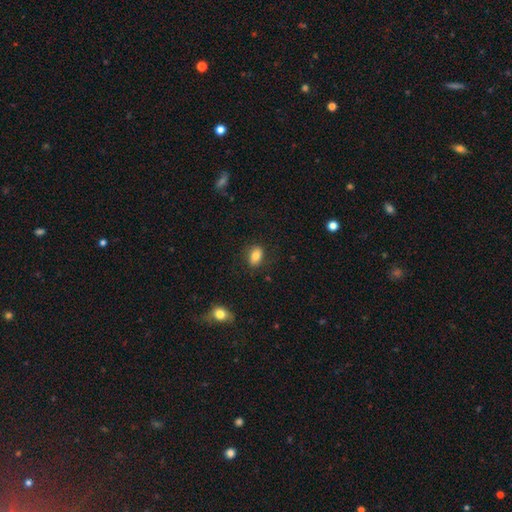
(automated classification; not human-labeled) Smooth or featured: smooth — 80% (featured or disk — 11%)
How rounded: in between — 81% (round — 17%)
Merging: none — 82% (minor disturbance — 13%)